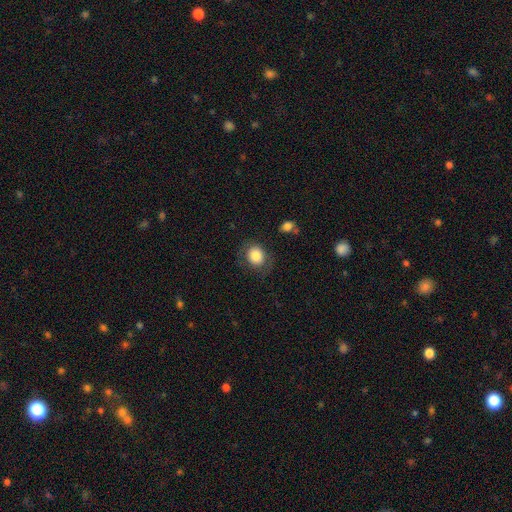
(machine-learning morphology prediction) This appears to be a smooth galaxy with no disk features (81%) that is round (67%). Merging: none (73%).